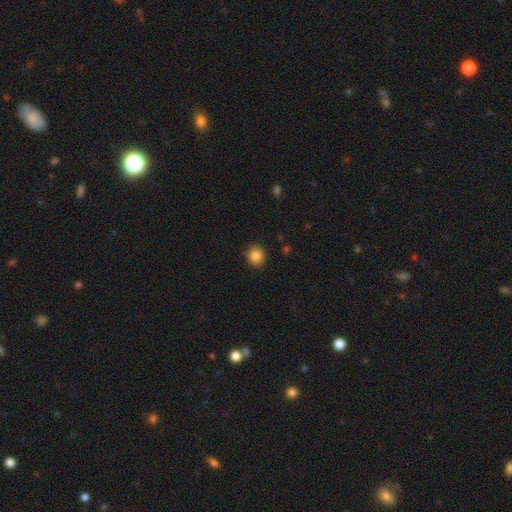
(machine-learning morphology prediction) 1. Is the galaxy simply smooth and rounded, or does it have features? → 85% smooth, 10% star or artifact, 5% featured or disk.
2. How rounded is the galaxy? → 87% round, 12% in between, 1% cigar-shaped.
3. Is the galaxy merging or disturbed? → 90% none, 7% minor disturbance, 2% major disturbance, 1% merger.